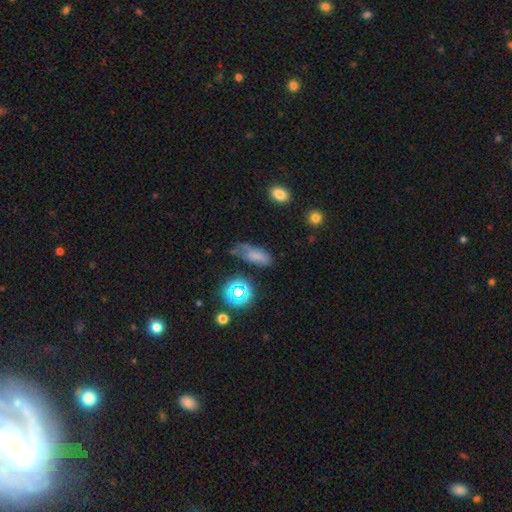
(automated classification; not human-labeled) Smooth or featured? Predicted: smooth (p=0.67). How rounded? Predicted: in between (p=0.79). Merging? Predicted: none (p=0.48).